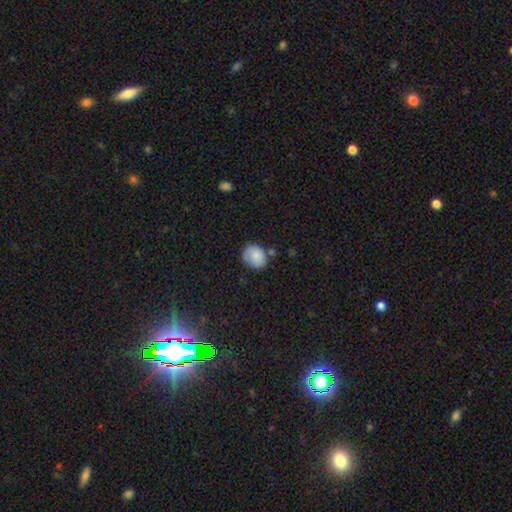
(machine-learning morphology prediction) Smooth or featured? smooth (82%)
How rounded? round (56%)
Merging? none (64%)